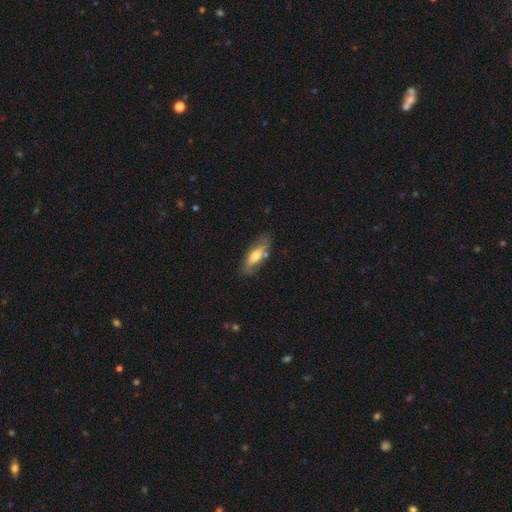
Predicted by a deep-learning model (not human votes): Morphology: type=smooth (59%); roundness=in between (58%); merging=none (75%).